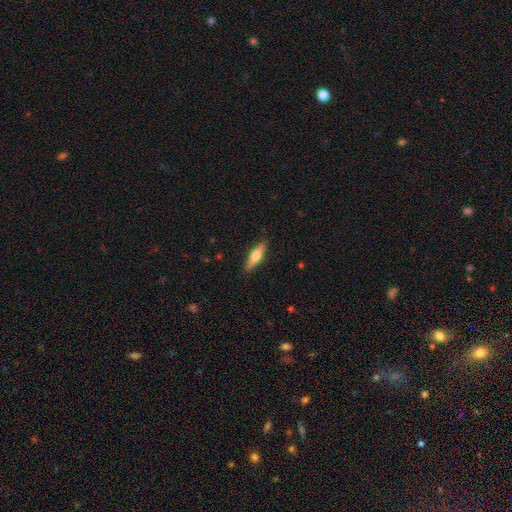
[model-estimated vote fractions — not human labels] A smooth galaxy with no disk features (55%) that is cigar-shaped (71%).

Vote fractions:
- Smooth or featured? smooth: 55% / featured or disk: 39% / star or artifact: 6%
- How rounded? cigar-shaped: 71% / in between: 27% / round: 2%
- Merging? none: 89% / minor disturbance: 8% / major disturbance: 2% / merger: 1%